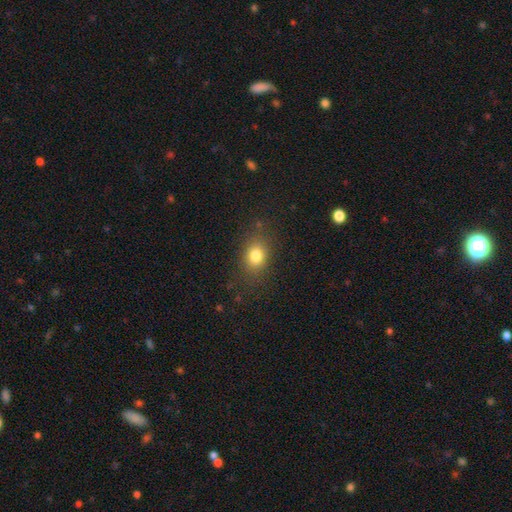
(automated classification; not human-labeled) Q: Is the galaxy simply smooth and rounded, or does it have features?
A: smooth — 80%.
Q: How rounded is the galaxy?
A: in between — 56%.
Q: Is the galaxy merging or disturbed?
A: none — 81%.